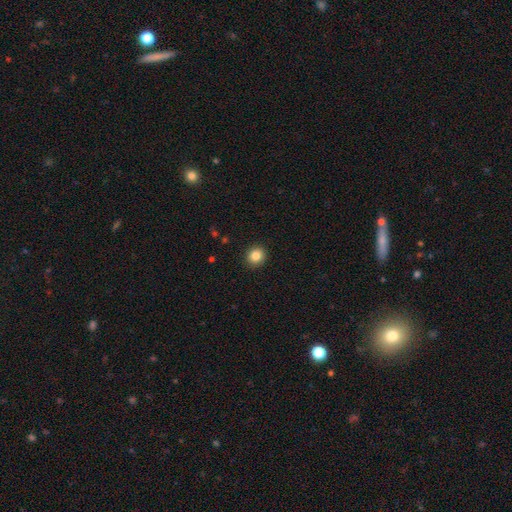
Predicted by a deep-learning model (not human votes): The model was most divided on "how rounded": round: 85%, in between: 14%, cigar-shaped: 1%. More confident: merging — none (91%); smooth or featured — smooth (85%).